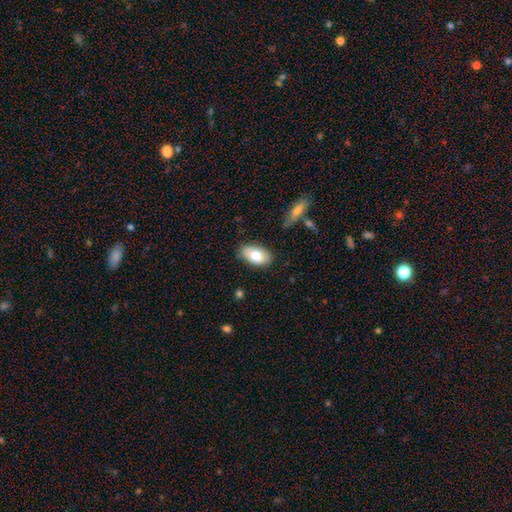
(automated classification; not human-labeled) smooth_or_featured: smooth (p=0.76) [alt: featured or disk p=0.18]
how_rounded: in between (p=0.94) [alt: round p=0.05]
merging: none (p=0.84) [alt: minor disturbance p=0.12]